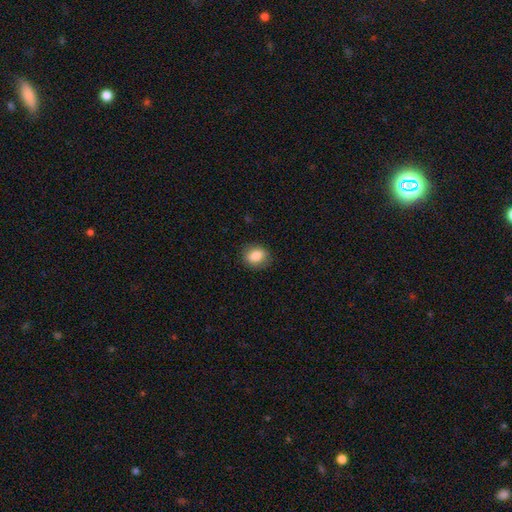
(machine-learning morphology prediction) This is clearly a smooth galaxy (86%). How rounded: likely in between (61%). Merging: clearly none (85%).